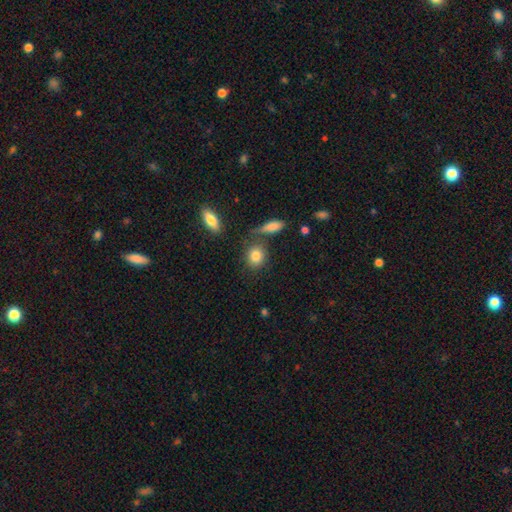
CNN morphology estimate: A smooth galaxy with no disk features (83%) that is round (60%).

Vote fractions:
- Smooth or featured? smooth: 83% / star or artifact: 8% / featured or disk: 8%
- How rounded? round: 60% / in between: 37% / cigar-shaped: 3%
- Merging? none: 69% / merger: 13% / minor disturbance: 13% / major disturbance: 5%